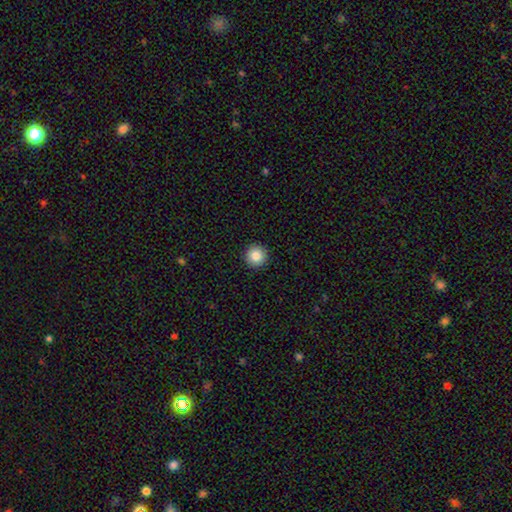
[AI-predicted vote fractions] smooth-or-featured: smooth: 86% | star or artifact: 9% | featured or disk: 4%
  how-rounded: round: 96% | in between: 3% | cigar-shaped: 1%
  merging: none: 93% | minor disturbance: 5% | major disturbance: 2% | merger: 1%